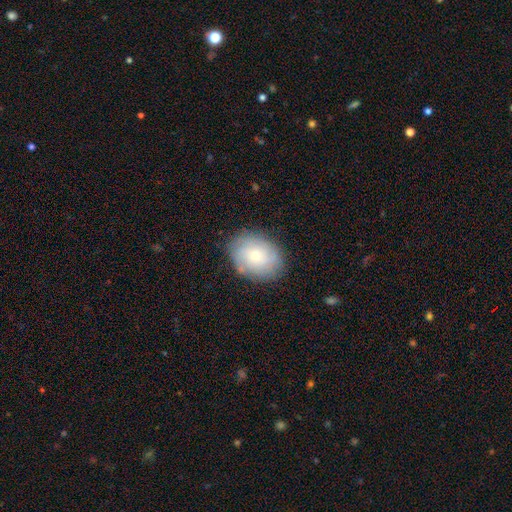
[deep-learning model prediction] Morphology: type=smooth (52%); roundness=in between (60%); merging=none (81%).